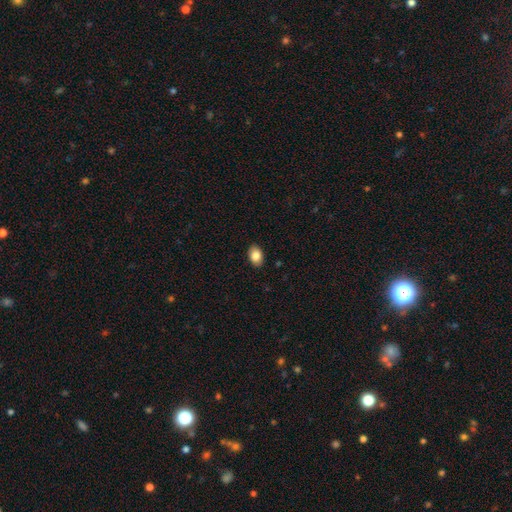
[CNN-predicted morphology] smooth-or-featured: smooth: 86% | star or artifact: 8% | featured or disk: 7%
  how-rounded: in between: 83% | round: 16% | cigar-shaped: 1%
  merging: none: 89% | minor disturbance: 9% | major disturbance: 2% | merger: 1%